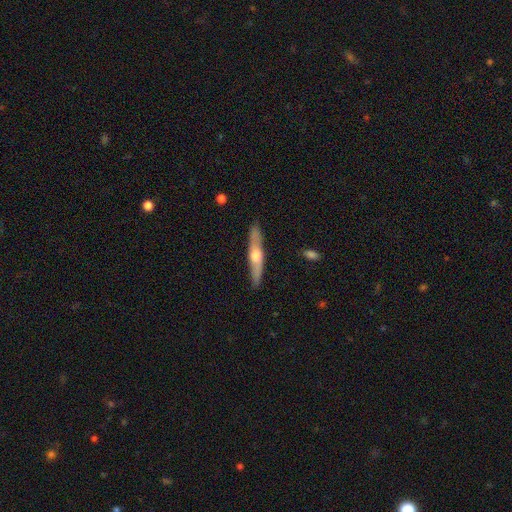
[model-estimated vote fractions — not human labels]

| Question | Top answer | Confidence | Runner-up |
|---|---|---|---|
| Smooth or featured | featured or disk | 63% | smooth (31%) |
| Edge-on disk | yes | 93% | no (7%) |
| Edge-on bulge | rounded | 91% | none (5%) |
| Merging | none | 88% | minor disturbance (9%) |